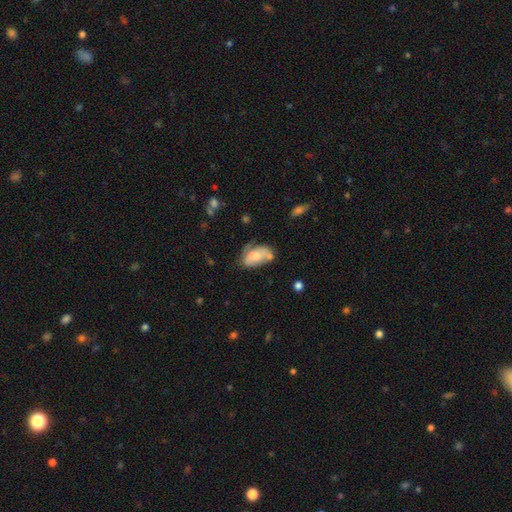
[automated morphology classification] smooth-or-featured: smooth: 58% | featured or disk: 34% | star or artifact: 8%
  how-rounded: in between: 91% | round: 6% | cigar-shaped: 2%
  merging: none: 35% | minor disturbance: 29% | merger: 18% | major disturbance: 18%